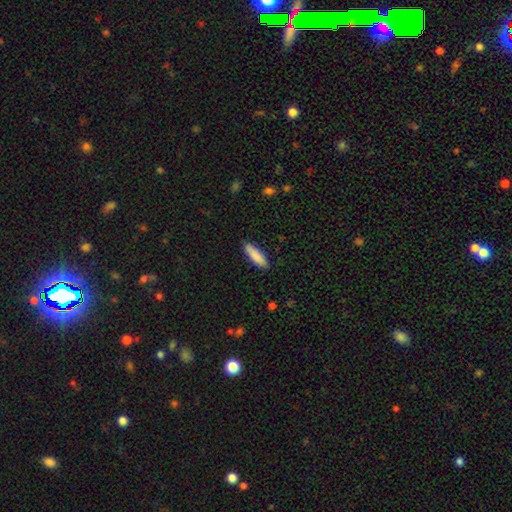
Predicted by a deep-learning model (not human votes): Smooth or featured?
  - smooth: 87% *
  - featured or disk: 7%
  - star or artifact: 6%
How rounded?
  - cigar-shaped: 63% *
  - in between: 36%
  - round: 1%
Merging?
  - none: 87% *
  - minor disturbance: 10%
  - major disturbance: 2%
  - merger: 1%